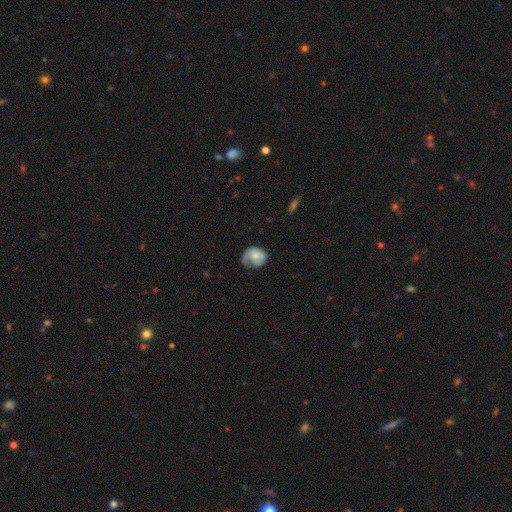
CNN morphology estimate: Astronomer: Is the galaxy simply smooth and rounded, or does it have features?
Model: smooth — 52% (runner-up: featured or disk, 41%).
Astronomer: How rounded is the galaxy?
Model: round — 60% (runner-up: in between, 39%).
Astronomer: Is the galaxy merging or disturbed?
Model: none — 42% (runner-up: minor disturbance, 32%).